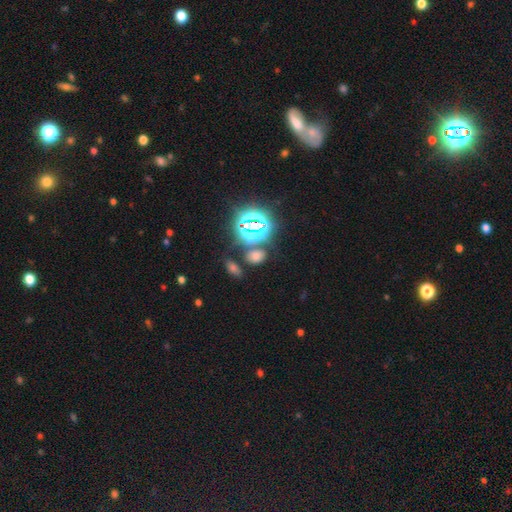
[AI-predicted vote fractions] A smooth galaxy with no disk features (51%) that is in between round and cigar-shaped (71%).

Vote fractions:
- Smooth or featured? smooth: 51% / star or artifact: 41% / featured or disk: 8%
- How rounded? in between: 71% / round: 26% / cigar-shaped: 2%
- Merging? none: 73% / minor disturbance: 11% / merger: 11% / major disturbance: 5%